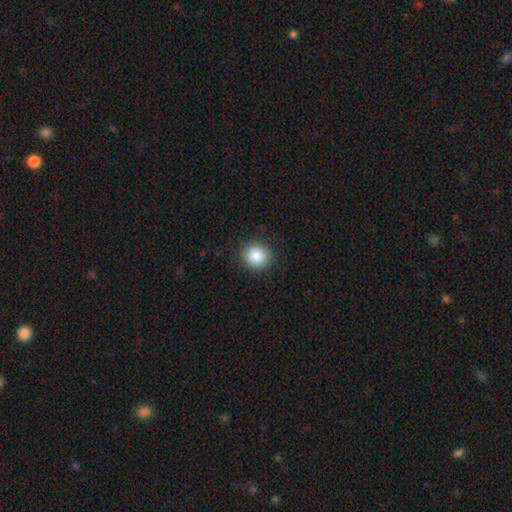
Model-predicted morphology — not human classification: type=smooth (86%); roundness=round (88%); merging=none (91%).